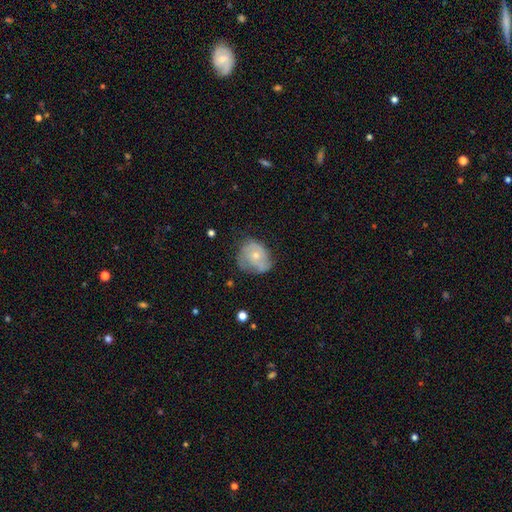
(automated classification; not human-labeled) This is possibly a featured or disk galaxy (47%). Merging: possibly none (51%).